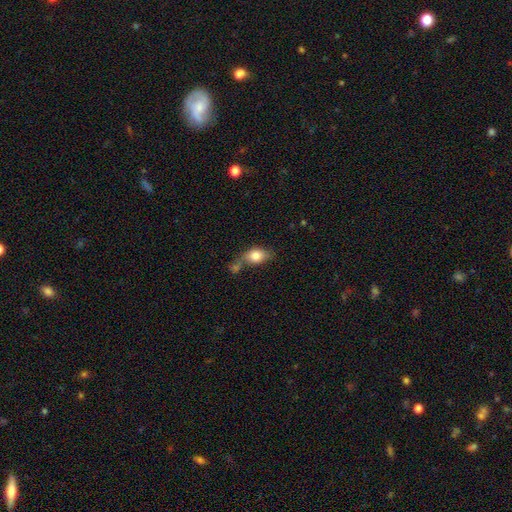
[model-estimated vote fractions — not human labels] Morphology: type=smooth (79%); roundness=in between (73%); merging=none (35%).